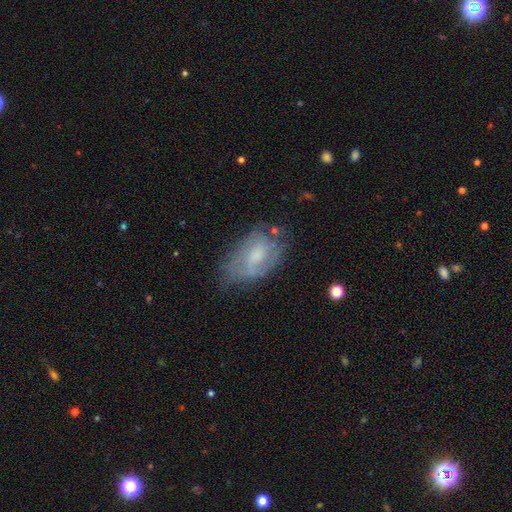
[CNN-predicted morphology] This is possibly a featured or disk galaxy (55%). It is clearly not viewed edge-on (94%). Bar: possibly no (56%). Spiral arm pattern: likely yes (66%). Central bulge: possibly moderate (46%). Merging: possibly none (56%).